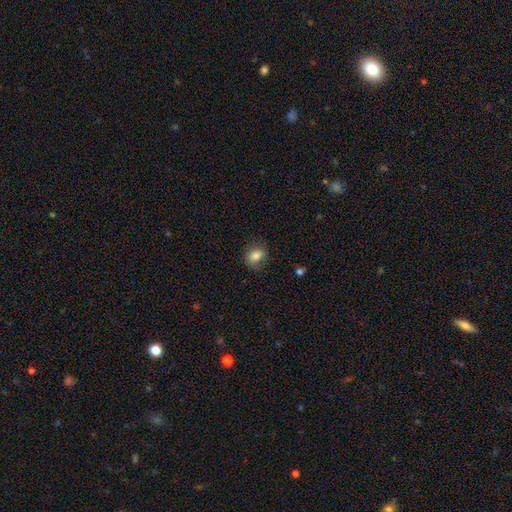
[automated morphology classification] A smooth galaxy with no disk features (79%) that is in between round and cigar-shaped (60%). Merging: none (77%).